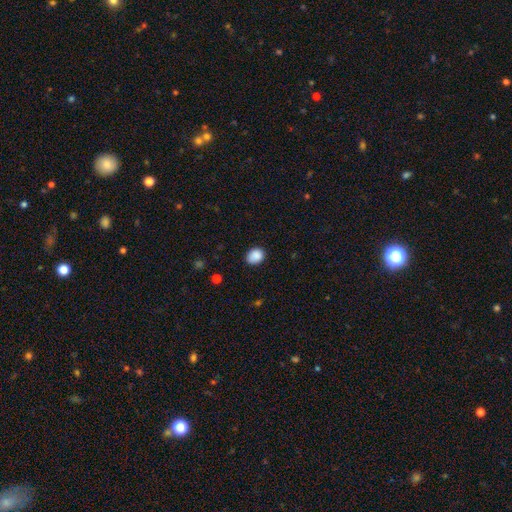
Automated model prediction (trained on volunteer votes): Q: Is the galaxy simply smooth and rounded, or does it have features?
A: smooth — 88%.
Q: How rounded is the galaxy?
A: in between — 51%.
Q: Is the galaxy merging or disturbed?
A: none — 81%.